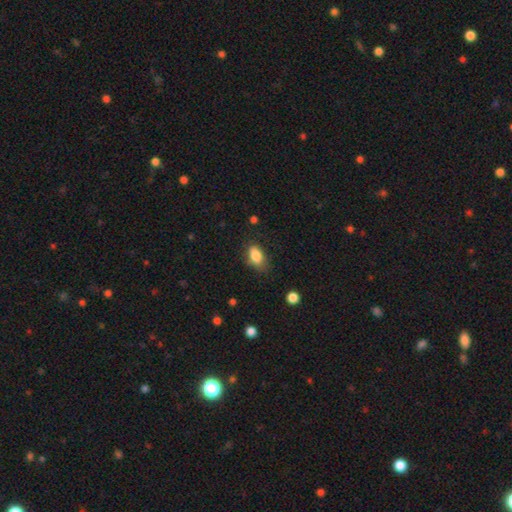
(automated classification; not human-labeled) Morphology: type=smooth (84%); roundness=in between (88%); merging=none (68%).